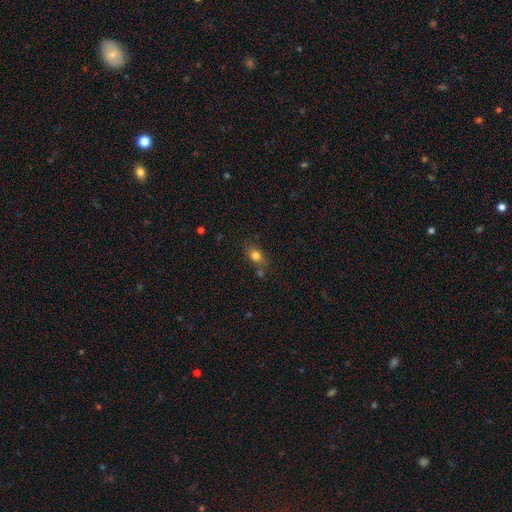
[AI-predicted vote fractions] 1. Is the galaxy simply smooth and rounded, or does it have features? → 80% smooth, 11% star or artifact, 9% featured or disk.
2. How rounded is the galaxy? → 69% in between, 28% round, 3% cigar-shaped.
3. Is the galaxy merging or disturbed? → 68% none, 17% minor disturbance, 11% merger, 5% major disturbance.